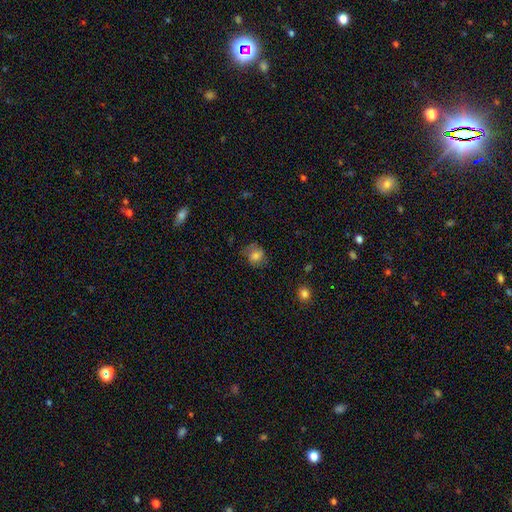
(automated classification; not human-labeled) Overall: smooth (73%). How rounded: round (69%; in between 30%). Merging: none (66%).